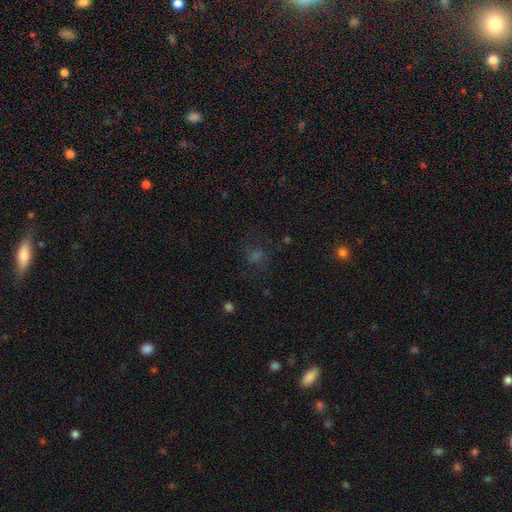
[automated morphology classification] A smooth galaxy with no disk features (44%). Merging: none (67%).